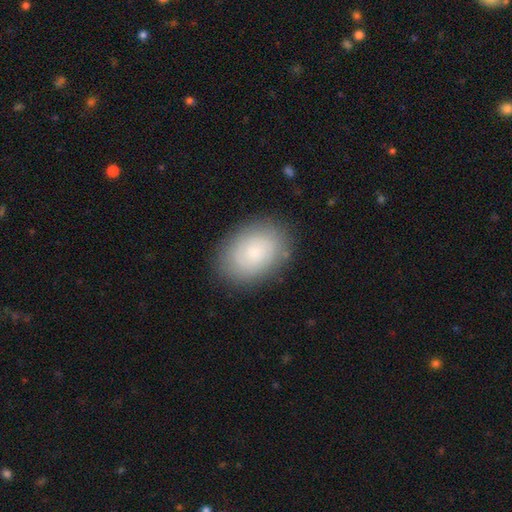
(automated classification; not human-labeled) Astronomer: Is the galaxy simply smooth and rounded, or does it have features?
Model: smooth — 70%.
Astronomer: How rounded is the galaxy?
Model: in between — 77%.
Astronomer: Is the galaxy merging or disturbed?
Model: none — 85%.